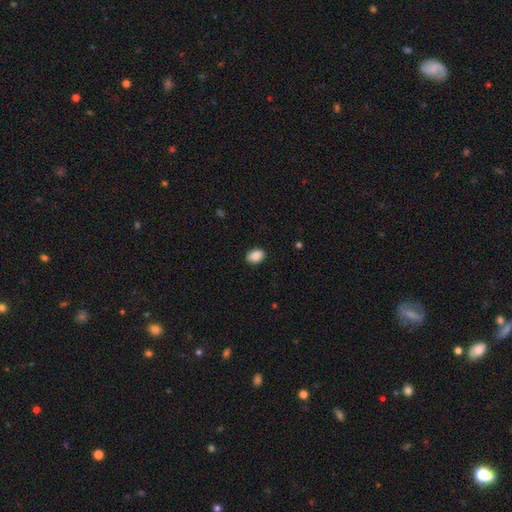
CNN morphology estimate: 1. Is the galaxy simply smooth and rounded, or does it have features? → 90% smooth, 7% star or artifact, 3% featured or disk.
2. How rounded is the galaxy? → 79% in between, 20% round, 1% cigar-shaped.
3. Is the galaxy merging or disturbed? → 89% none, 9% minor disturbance, 2% major disturbance, 1% merger.